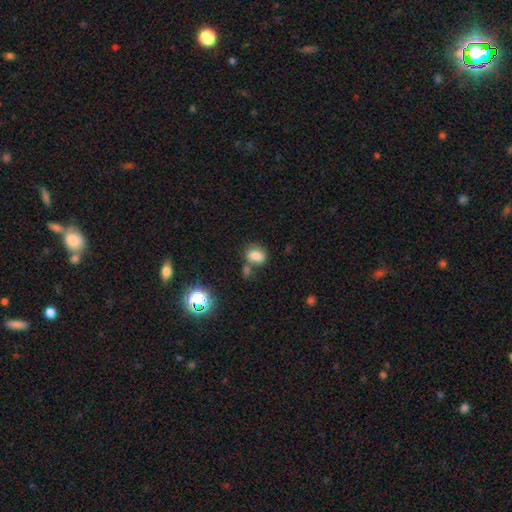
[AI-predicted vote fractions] The model was most divided on "merging": none: 48%, merger: 27%, minor disturbance: 17%, major disturbance: 7%. More confident: smooth or featured — smooth (75%); how rounded — in between (72%).